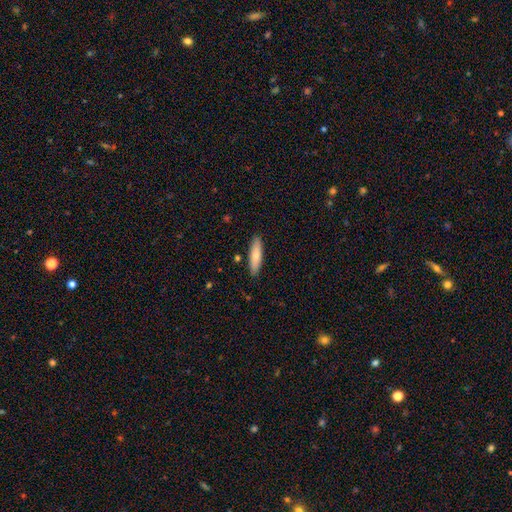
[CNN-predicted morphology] A smooth galaxy with no disk features (74%) that is cigar-shaped (66%). Merging: none (88%).